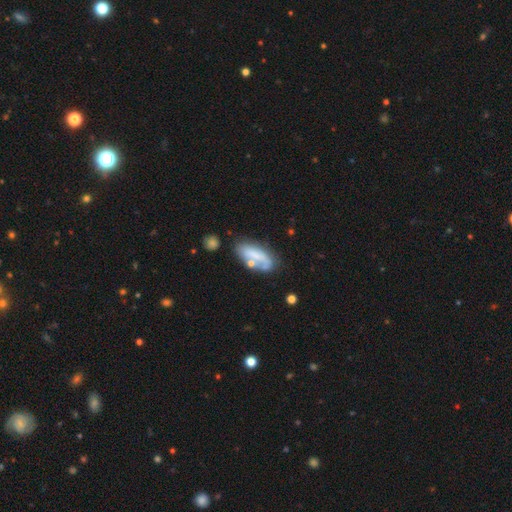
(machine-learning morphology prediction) The model was most divided on "smooth or featured": smooth: 58%, featured or disk: 35%, star or artifact: 7%. More confident: how rounded — in between (77%); merging — none (51%).